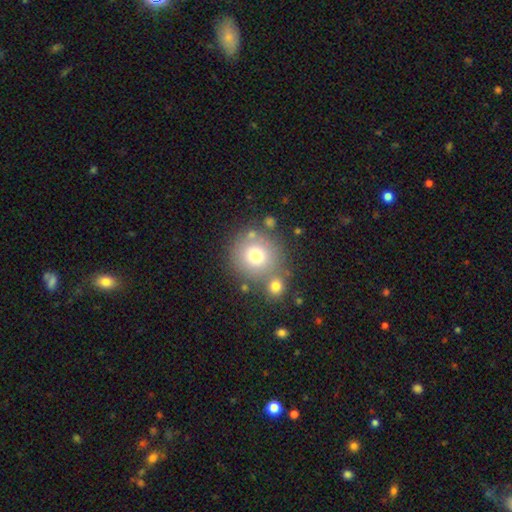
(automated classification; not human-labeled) Morphology: type=smooth (73%); roundness=round (93%); merging=none (68%).